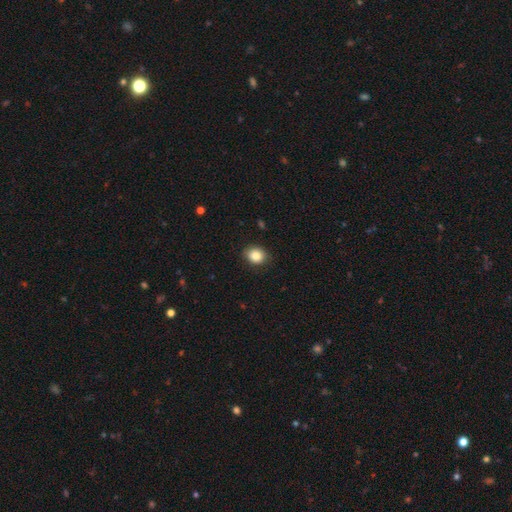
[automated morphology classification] smooth-or-featured: smooth: 85% | star or artifact: 9% | featured or disk: 6%
  how-rounded: round: 61% | in between: 38% | cigar-shaped: 1%
  merging: none: 85% | minor disturbance: 12% | major disturbance: 3% | merger: 1%